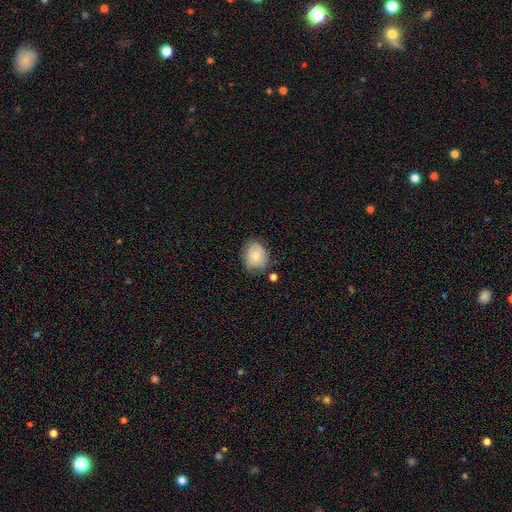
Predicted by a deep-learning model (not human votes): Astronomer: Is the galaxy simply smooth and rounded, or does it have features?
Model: smooth — 70%.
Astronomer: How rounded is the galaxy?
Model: round — 57% (runner-up: in between, 42%).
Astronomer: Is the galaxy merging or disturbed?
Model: none — 63%.